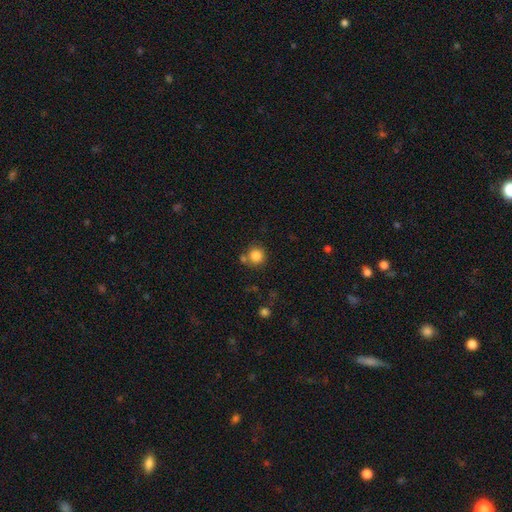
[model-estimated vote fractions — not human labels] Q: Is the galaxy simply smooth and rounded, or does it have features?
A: smooth — 84%.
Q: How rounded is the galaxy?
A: round — 93%.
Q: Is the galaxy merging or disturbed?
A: none — 71%.